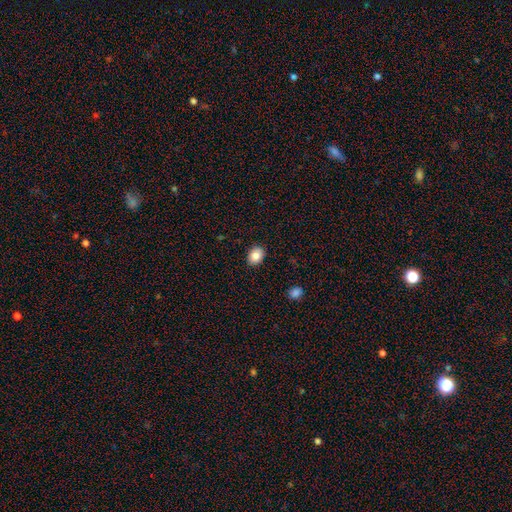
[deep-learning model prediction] The model was most divided on "how rounded": in between: 64%, round: 35%, cigar-shaped: 1%. More confident: merging — none (89%); smooth or featured — smooth (84%).